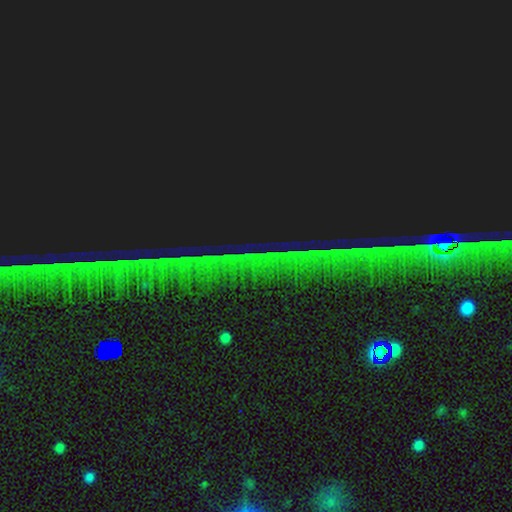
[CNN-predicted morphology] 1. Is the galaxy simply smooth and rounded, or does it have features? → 88% star or artifact, 7% featured or disk, 5% smooth.